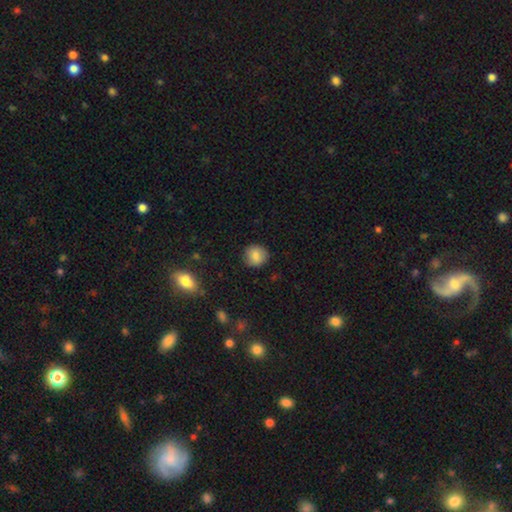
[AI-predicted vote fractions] Overall: smooth (82%). How rounded: round (88%). Merging: none (87%).